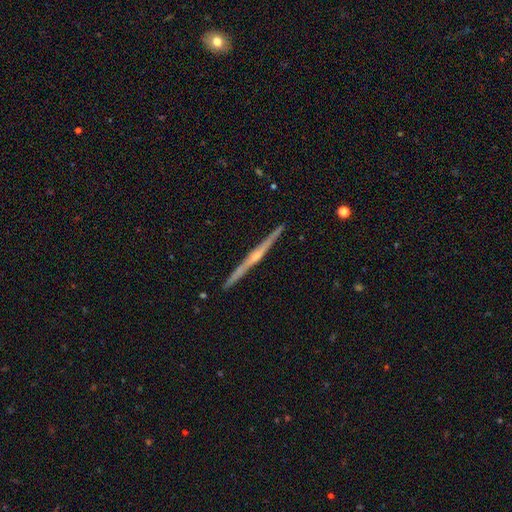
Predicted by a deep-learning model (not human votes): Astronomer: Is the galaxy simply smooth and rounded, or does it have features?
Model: featured or disk — 84%.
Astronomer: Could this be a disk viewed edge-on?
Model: yes — 99%.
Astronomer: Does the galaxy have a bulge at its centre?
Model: rounded — 77%.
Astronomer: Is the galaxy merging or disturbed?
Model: none — 92%.